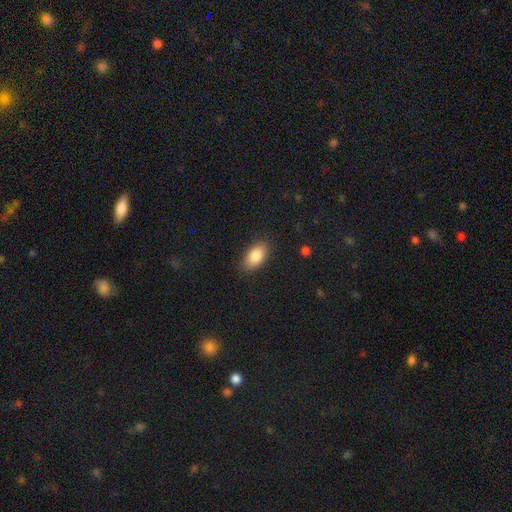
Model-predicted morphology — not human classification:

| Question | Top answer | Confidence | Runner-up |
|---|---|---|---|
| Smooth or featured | smooth | 84% | featured or disk (9%) |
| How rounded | in between | 92% | round (5%) |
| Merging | none | 86% | minor disturbance (11%) |